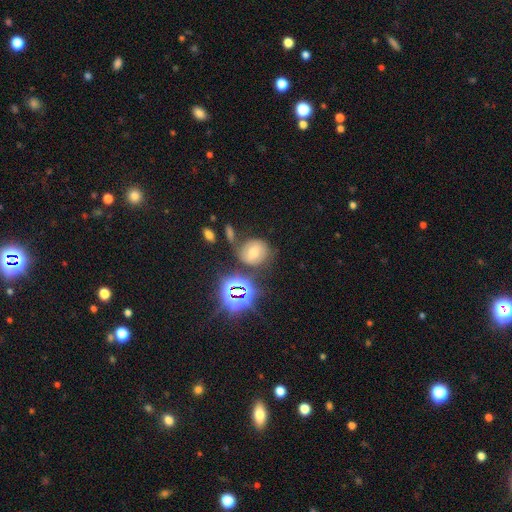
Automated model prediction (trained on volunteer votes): Overall: star or artifact (38%; smooth 36%).